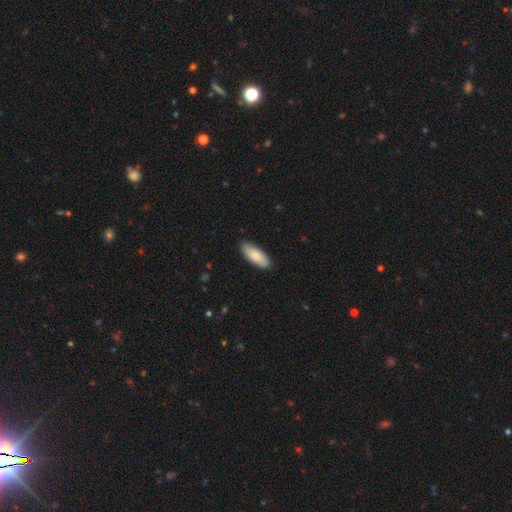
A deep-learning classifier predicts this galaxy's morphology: smooth_or_featured: smooth (p=0.81) [alt: featured or disk p=0.14]
how_rounded: in between (p=0.73) [alt: cigar-shaped p=0.26]
merging: none (p=0.84) [alt: minor disturbance p=0.13]